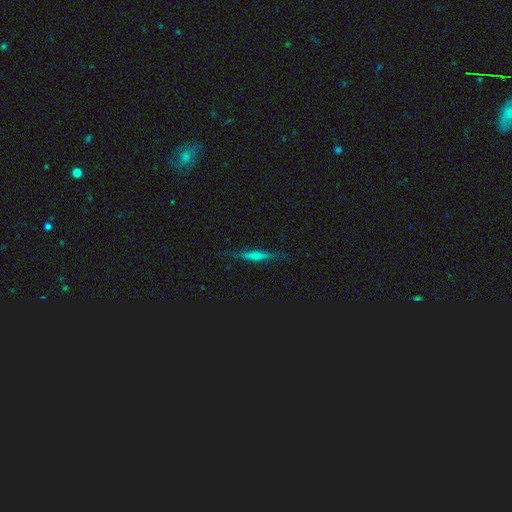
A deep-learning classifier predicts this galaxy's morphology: Smooth or featured?
  - featured or disk: 48% *
  - smooth: 38%
  - star or artifact: 14%
Merging?
  - none: 81% *
  - minor disturbance: 14%
  - major disturbance: 3%
  - merger: 1%